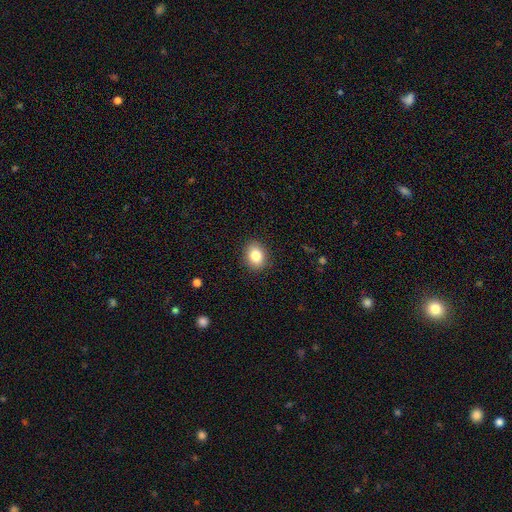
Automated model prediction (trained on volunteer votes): Smooth or featured? Predicted: smooth (p=0.84). How rounded? Predicted: in between (p=0.53). Merging? Predicted: none (p=0.89).